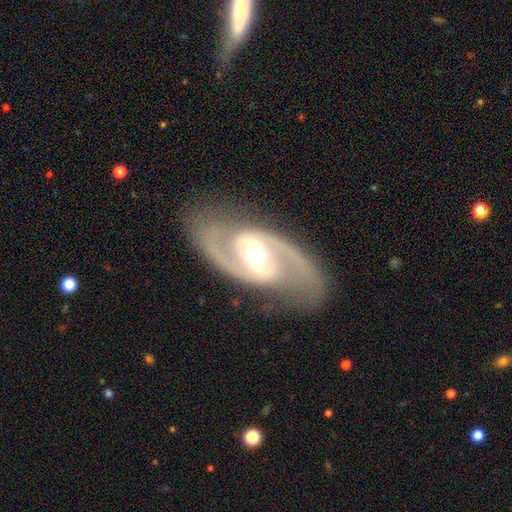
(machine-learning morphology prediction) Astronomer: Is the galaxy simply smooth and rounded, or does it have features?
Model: featured or disk — 91%.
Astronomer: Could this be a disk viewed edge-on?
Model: no — 96%.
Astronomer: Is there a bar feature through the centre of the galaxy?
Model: weak — 41% (runner-up: strong, 40%).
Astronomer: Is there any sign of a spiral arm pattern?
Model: yes — 96%.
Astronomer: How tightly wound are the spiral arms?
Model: medium — 56%.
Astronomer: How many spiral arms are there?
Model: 2 — 93%.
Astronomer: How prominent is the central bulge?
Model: moderate — 69%.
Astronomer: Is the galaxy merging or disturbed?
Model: none — 80%.